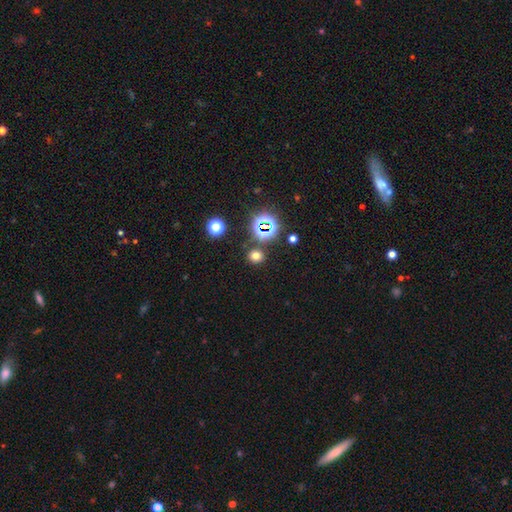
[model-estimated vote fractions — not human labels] A smooth galaxy with no disk features (66%) that is round (76%).

Vote fractions:
- Smooth or featured? smooth: 66% / star or artifact: 27% / featured or disk: 7%
- How rounded? round: 76% / in between: 23% / cigar-shaped: 1%
- Merging? none: 83% / minor disturbance: 8% / merger: 6% / major disturbance: 3%